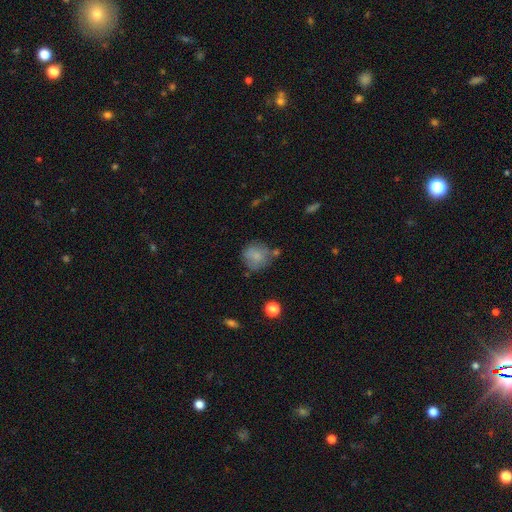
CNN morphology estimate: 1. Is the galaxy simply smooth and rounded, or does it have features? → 77% smooth, 13% featured or disk, 9% star or artifact.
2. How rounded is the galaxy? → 87% round, 12% in between, 1% cigar-shaped.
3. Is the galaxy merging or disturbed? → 64% none, 21% minor disturbance, 8% merger, 7% major disturbance.